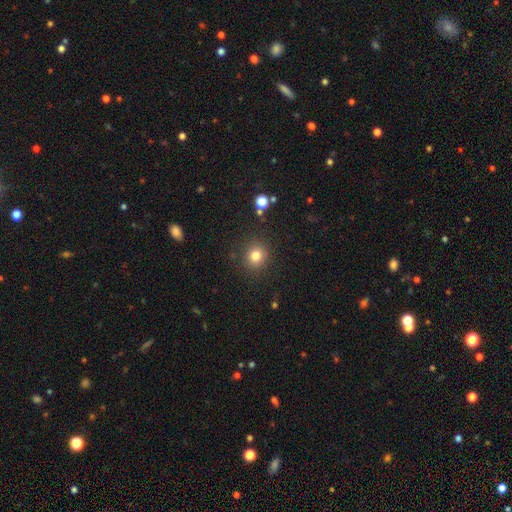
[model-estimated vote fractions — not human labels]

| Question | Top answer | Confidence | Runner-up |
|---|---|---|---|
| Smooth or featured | smooth | 80% | star or artifact (13%) |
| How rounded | round | 88% | in between (11%) |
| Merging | none | 88% | minor disturbance (7%) |